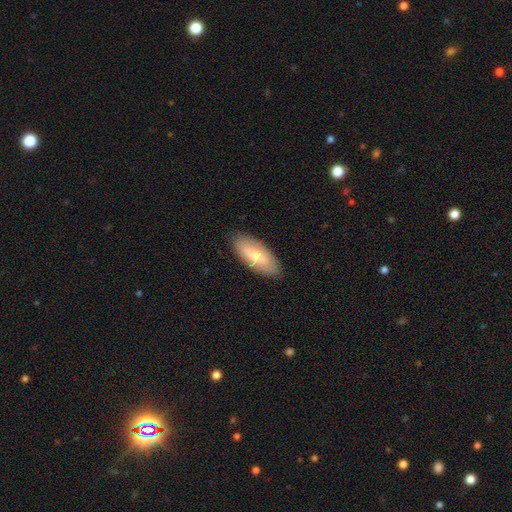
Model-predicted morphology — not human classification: This is likely a smooth galaxy (66%). How rounded: clearly in between (82%). Merging: clearly none (86%).